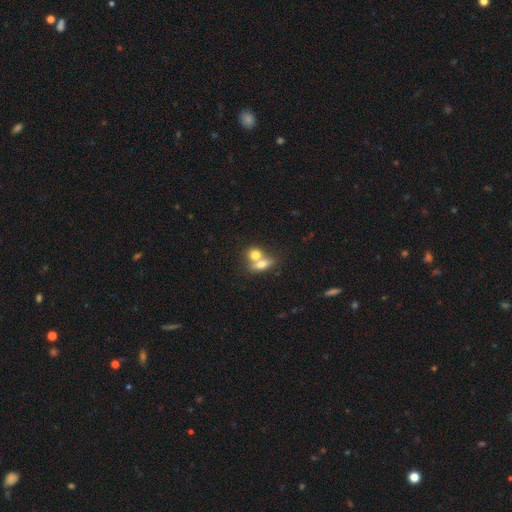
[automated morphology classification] A smooth galaxy with no disk features (72%) that is in between round and cigar-shaped (56%). Merging: merger (63%).